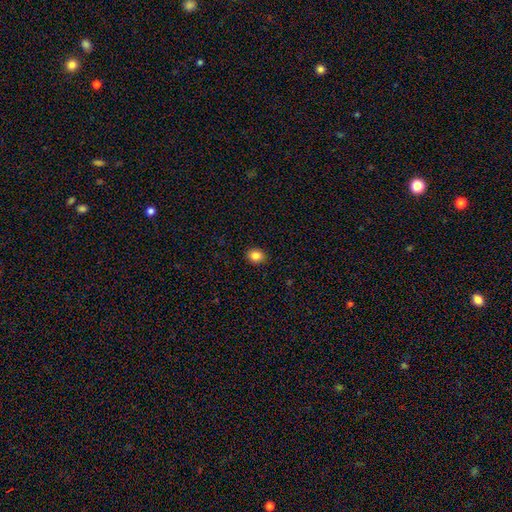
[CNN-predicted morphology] This appears to be a smooth galaxy with no disk features (84%) that is round (59%). Merging: none (90%).